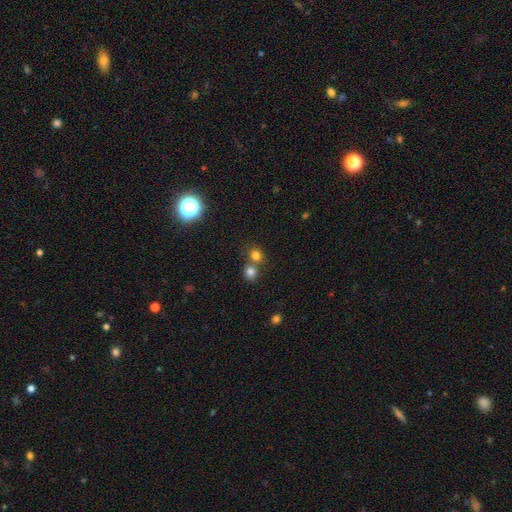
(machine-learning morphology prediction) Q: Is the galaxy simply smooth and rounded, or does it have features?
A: smooth — 76%.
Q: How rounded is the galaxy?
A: round — 82%.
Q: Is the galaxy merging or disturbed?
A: none — 55%.